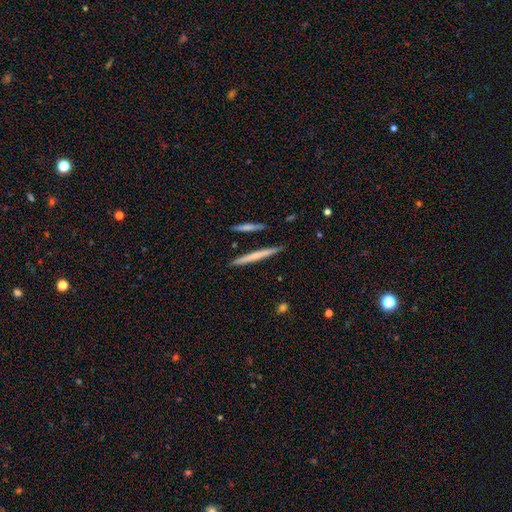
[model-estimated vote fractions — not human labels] Smooth or featured? smooth (55%)
How rounded? cigar-shaped (97%)
Merging? none (89%)